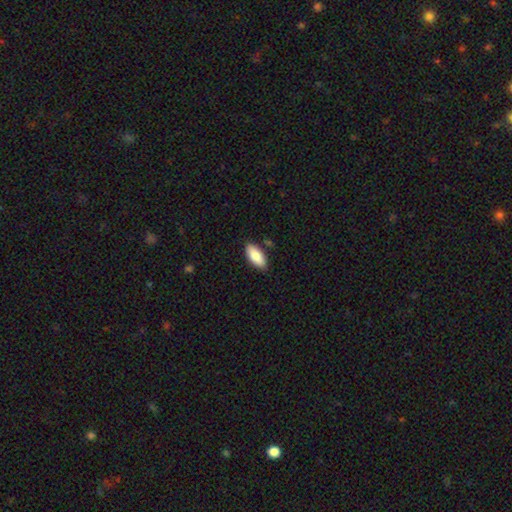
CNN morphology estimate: A smooth galaxy with no disk features (84%) that is in between round and cigar-shaped (89%). Merging: none (84%).